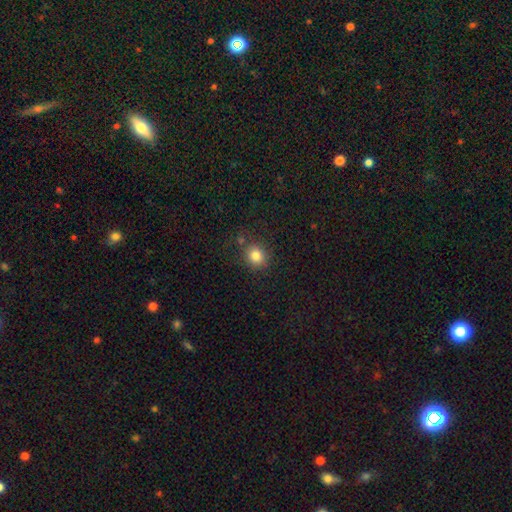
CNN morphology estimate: Smooth or featured? smooth (83%)
How rounded? round (79%)
Merging? none (79%)